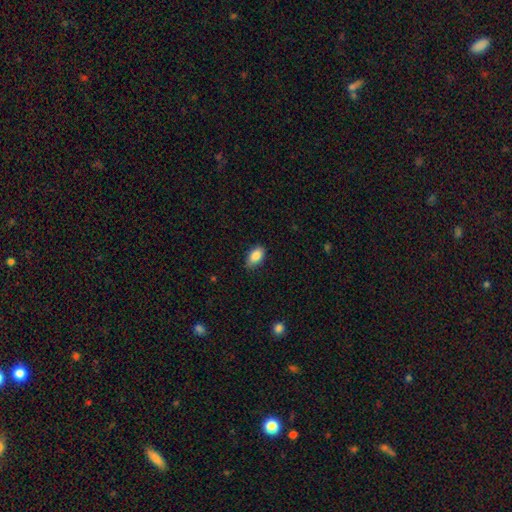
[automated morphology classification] smooth-or-featured: smooth: 87% | star or artifact: 8% | featured or disk: 6%
  how-rounded: in between: 91% | round: 7% | cigar-shaped: 2%
  merging: none: 80% | minor disturbance: 16% | major disturbance: 3% | merger: 1%